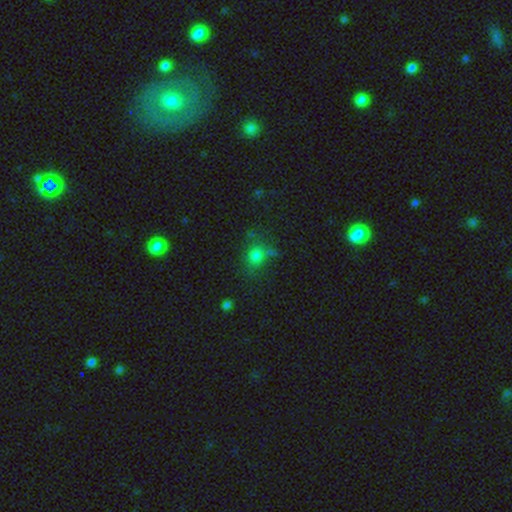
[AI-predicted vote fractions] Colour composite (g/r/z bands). It shows a smooth galaxy with no disk features (74%) that is round (68%). Merging: none (60%).